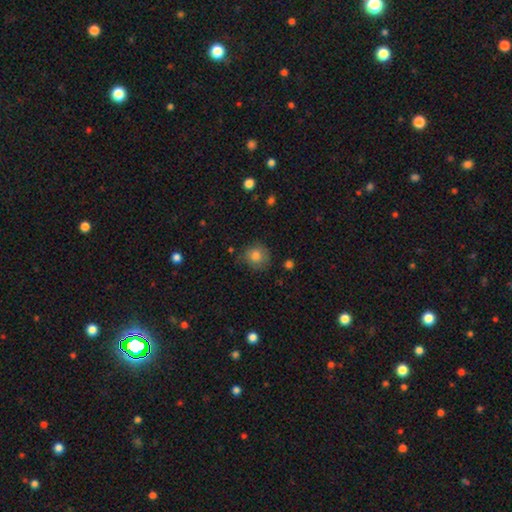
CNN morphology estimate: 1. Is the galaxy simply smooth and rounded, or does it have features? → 78% smooth, 12% featured or disk, 10% star or artifact.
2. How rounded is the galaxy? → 85% round, 14% in between, 1% cigar-shaped.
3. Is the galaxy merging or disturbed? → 69% none, 22% minor disturbance, 6% major disturbance, 2% merger.